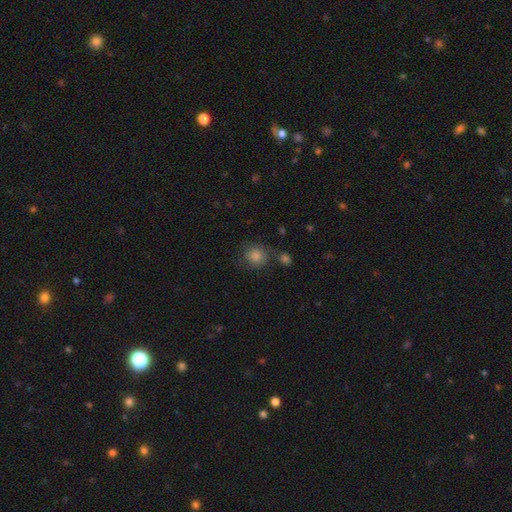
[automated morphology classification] This is likely a smooth galaxy (70%). How rounded: clearly round (85%). Merging: likely none (71%).